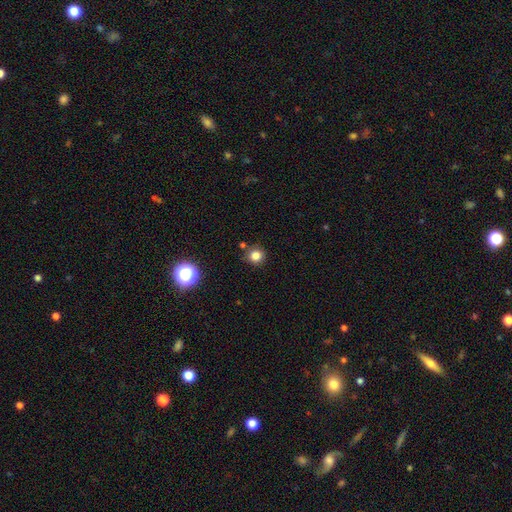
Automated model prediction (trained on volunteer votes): The model was most divided on "smooth or featured": smooth: 82%, star or artifact: 14%, featured or disk: 5%. More confident: how rounded — round (91%); merging — none (81%).